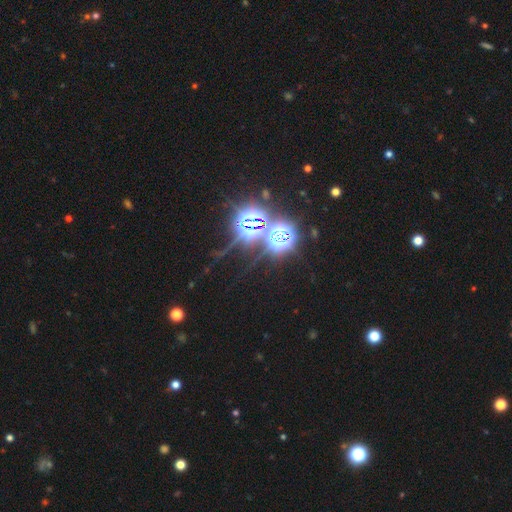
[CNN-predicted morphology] smooth_or_featured: star or artifact (p=0.82) [alt: smooth p=0.12]